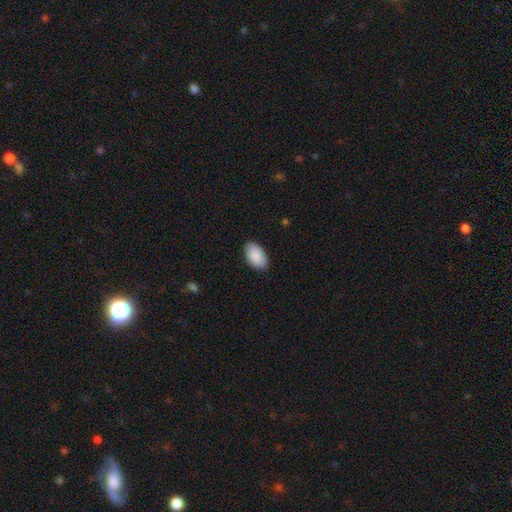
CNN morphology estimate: Smooth or featured: smooth — 90% (star or artifact — 6%)
How rounded: in between — 95% (round — 3%)
Merging: none — 86% (minor disturbance — 11%)